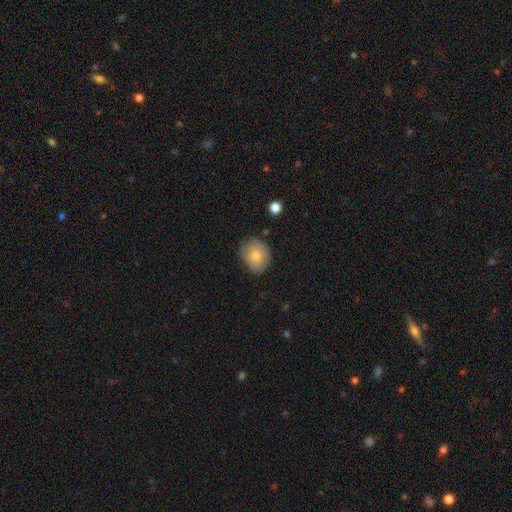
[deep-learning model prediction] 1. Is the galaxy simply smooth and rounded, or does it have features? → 77% smooth, 14% featured or disk, 8% star or artifact.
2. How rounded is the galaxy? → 61% round, 38% in between, 1% cigar-shaped.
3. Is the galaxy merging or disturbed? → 78% none, 18% minor disturbance, 3% major disturbance, 2% merger.